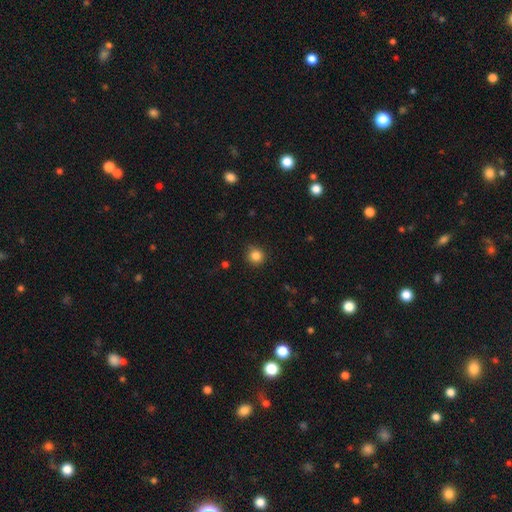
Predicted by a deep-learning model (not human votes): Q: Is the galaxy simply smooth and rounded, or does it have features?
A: smooth — 85%.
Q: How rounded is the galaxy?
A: round — 92%.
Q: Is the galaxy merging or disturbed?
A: none — 88%.